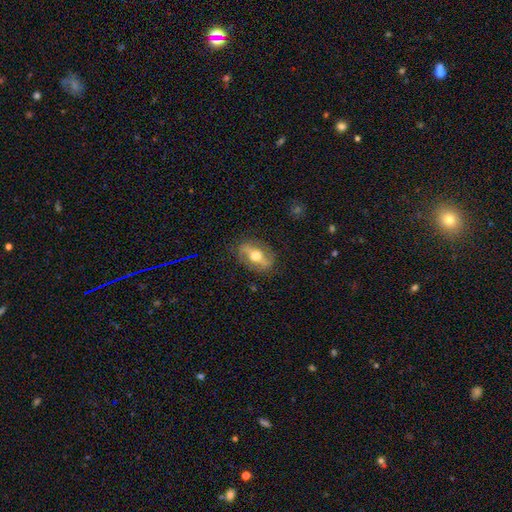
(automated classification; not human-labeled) Smooth or featured: featured or disk — 68% (smooth — 26%)
Edge-on disk: no — 79% (yes — 21%)
Bar: strong — 50% (weak — 26%)
Spiral arms: yes — 63% (no — 37%)
Bulge size: moderate — 67% (large — 20%)
Merging: none — 80% (minor disturbance — 13%)